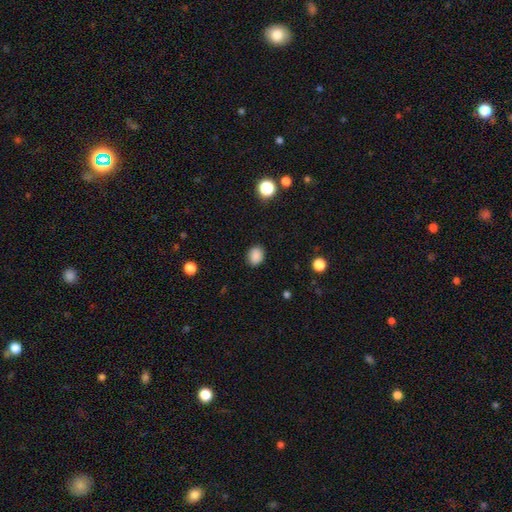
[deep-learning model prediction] smooth 87%, star or artifact 10%, featured or disk 3%. Down the decision tree: how rounded — round (51%); merging — none (86%).